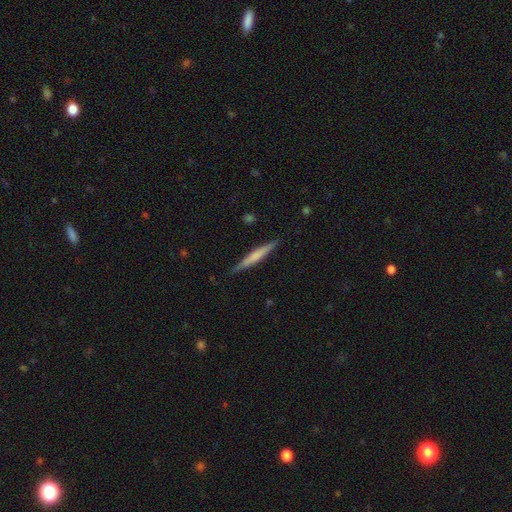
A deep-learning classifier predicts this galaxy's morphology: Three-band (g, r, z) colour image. It shows a smooth galaxy with no disk features (52%) that is cigar-shaped (95%). Merging: none (88%).